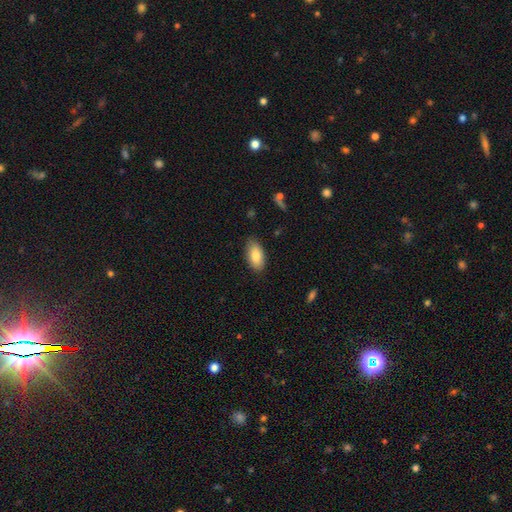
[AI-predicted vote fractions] A smooth galaxy with no disk features (84%) that is in between round and cigar-shaped (93%).

Vote fractions:
- Smooth or featured? smooth: 84% / featured or disk: 9% / star or artifact: 7%
- How rounded? in between: 93% / cigar-shaped: 4% / round: 3%
- Merging? none: 84% / minor disturbance: 12% / major disturbance: 2% / merger: 1%